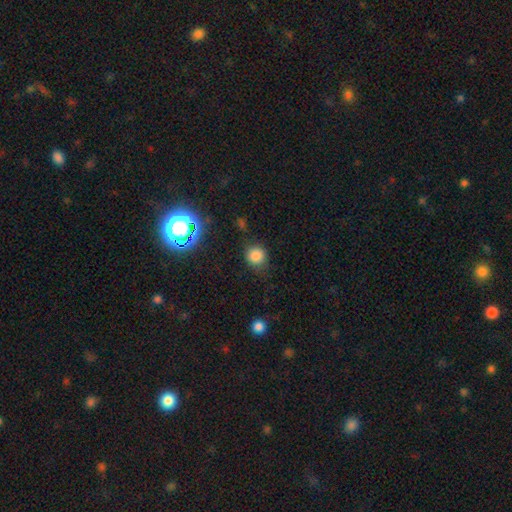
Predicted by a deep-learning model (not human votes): smooth 78%, star or artifact 16%, featured or disk 5%. Down the decision tree: how rounded — round (88%); merging — none (80%).